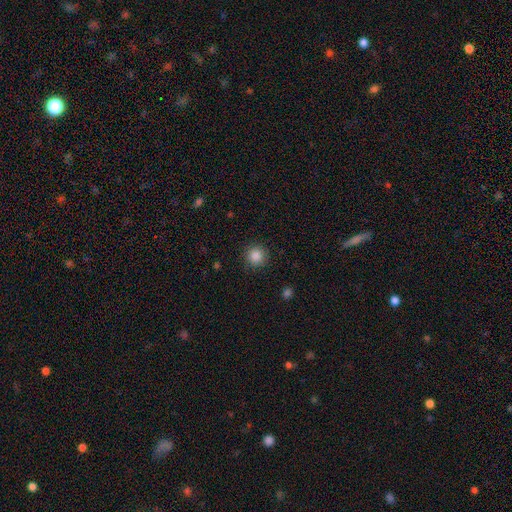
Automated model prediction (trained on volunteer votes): Morphology: type=smooth (86%); roundness=round (94%); merging=none (89%).